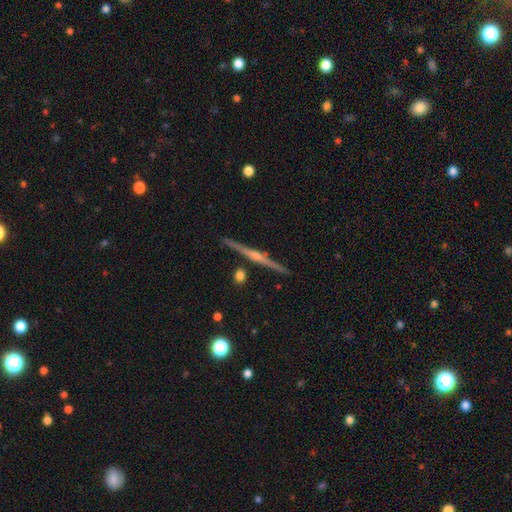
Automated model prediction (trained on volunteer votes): This is clearly a featured or disk galaxy (82%). It is clearly viewed edge-on (98%). Edge-on bulge: clearly rounded (81%). Merging: clearly none (89%).